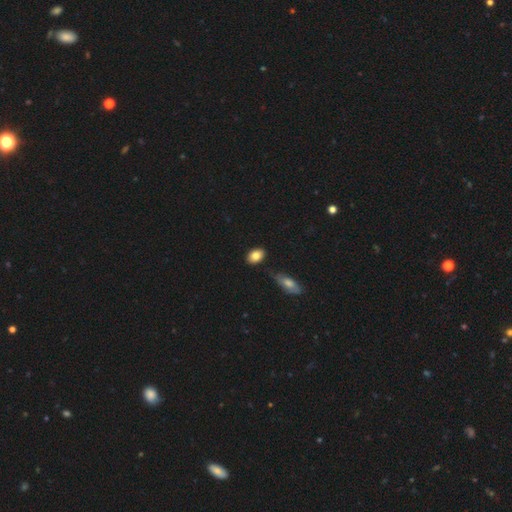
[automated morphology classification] Smooth or featured?
  - smooth: 83% *
  - featured or disk: 10%
  - star or artifact: 8%
How rounded?
  - in between: 83% *
  - round: 15%
  - cigar-shaped: 2%
Merging?
  - none: 82% *
  - minor disturbance: 11%
  - merger: 4%
  - major disturbance: 2%